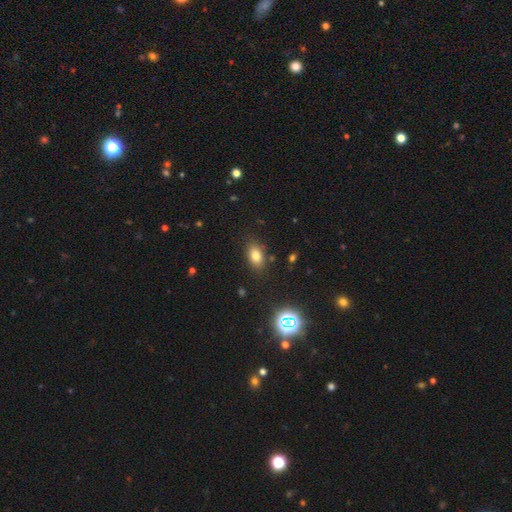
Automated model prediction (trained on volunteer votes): Smooth or featured? smooth (77%)
How rounded? in between (83%)
Merging? none (83%)